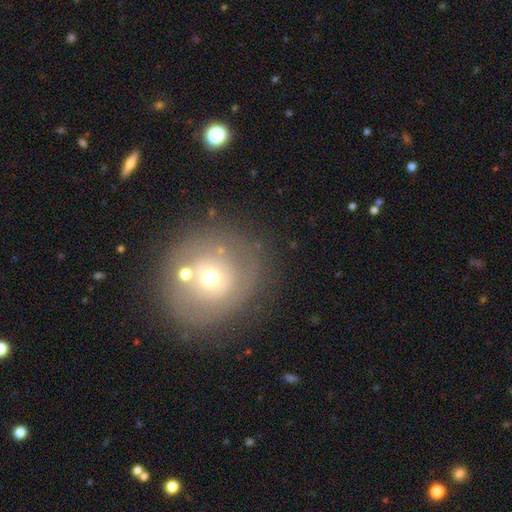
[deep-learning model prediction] Smooth or featured?
  - smooth: 47% *
  - featured or disk: 39%
  - star or artifact: 15%
Merging?
  - none: 72% *
  - minor disturbance: 13%
  - merger: 9%
  - major disturbance: 6%